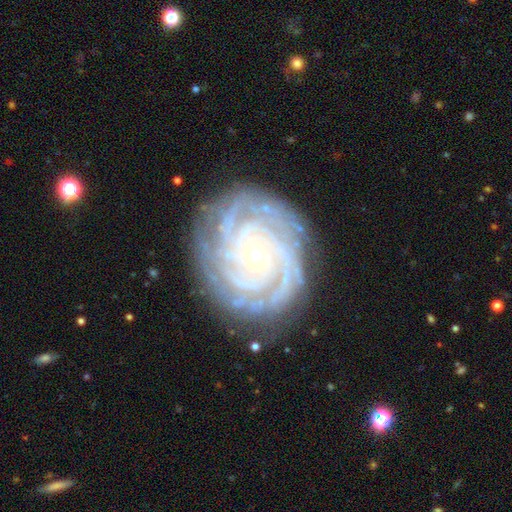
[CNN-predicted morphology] Smooth or featured? featured or disk (90%)
Edge-on disk? no (97%)
Bar? no (68%)
Spiral arms? yes (98%)
Spiral winding? tight (84%)
Spiral arm count? 4 (27%)
Bulge size? small (74%)
Merging? none (82%)